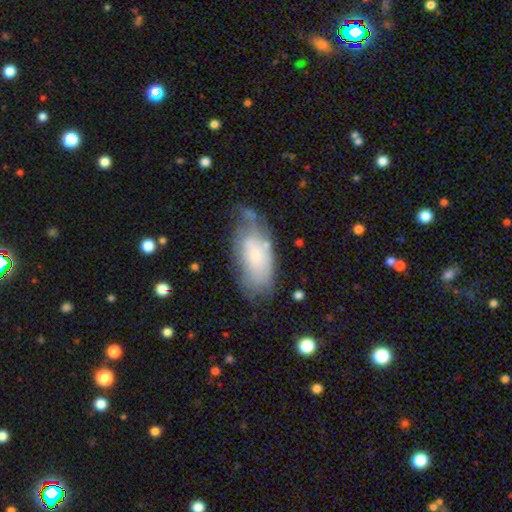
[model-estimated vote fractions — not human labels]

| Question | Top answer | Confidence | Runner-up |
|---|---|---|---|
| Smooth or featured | smooth | 58% | featured or disk (35%) |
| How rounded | in between | 91% | cigar-shaped (6%) |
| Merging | none | 47% | minor disturbance (32%) |